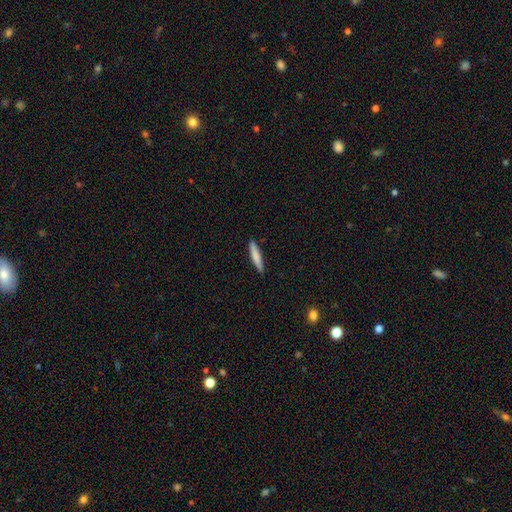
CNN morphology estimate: Smooth or featured?
  - smooth: 78% *
  - featured or disk: 17%
  - star or artifact: 5%
How rounded?
  - cigar-shaped: 91% *
  - in between: 7%
  - round: 1%
Merging?
  - none: 90% *
  - minor disturbance: 8%
  - major disturbance: 2%
  - merger: 1%